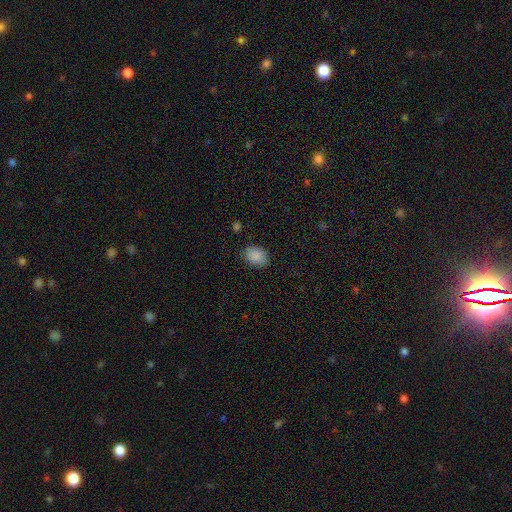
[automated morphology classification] Smooth or featured: smooth — 88% (star or artifact — 8%)
How rounded: in between — 71% (round — 28%)
Merging: none — 85% (minor disturbance — 11%)